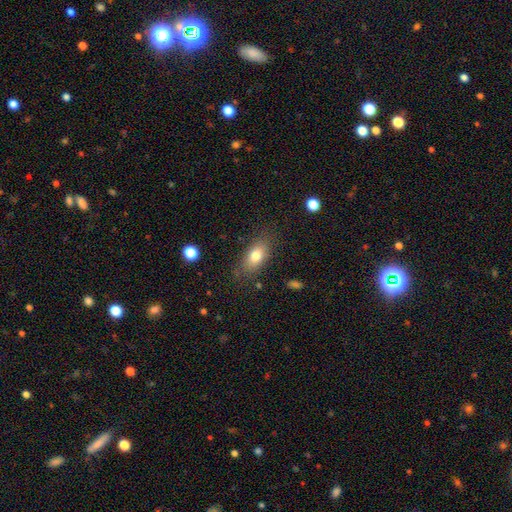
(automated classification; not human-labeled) A smooth galaxy with no disk features (77%) that is in between round and cigar-shaped (84%).

Vote fractions:
- Smooth or featured? smooth: 77% / featured or disk: 14% / star or artifact: 9%
- How rounded? in between: 84% / round: 9% / cigar-shaped: 7%
- Merging? none: 79% / minor disturbance: 14% / major disturbance: 5% / merger: 2%